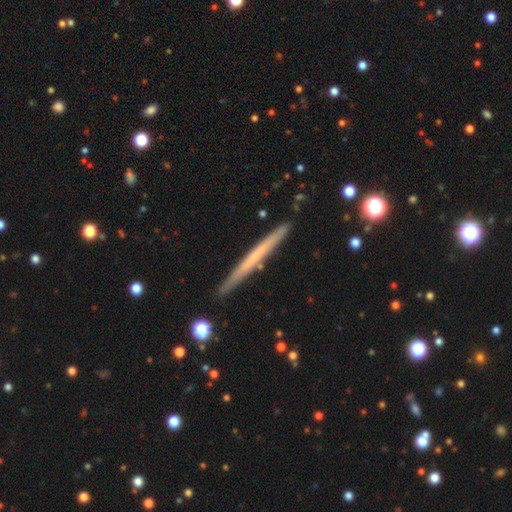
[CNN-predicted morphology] featured or disk 48%, smooth 46%, star or artifact 6%. Down the decision tree: merging — none (89%).